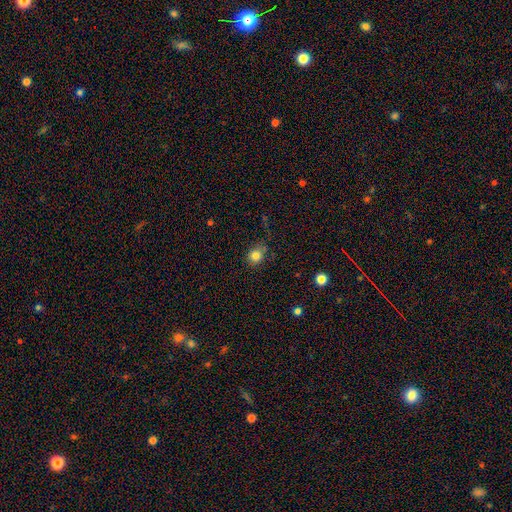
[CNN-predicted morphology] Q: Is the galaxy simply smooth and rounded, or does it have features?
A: smooth — 83%.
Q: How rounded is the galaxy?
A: round — 76%.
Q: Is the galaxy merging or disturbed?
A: none — 71%.